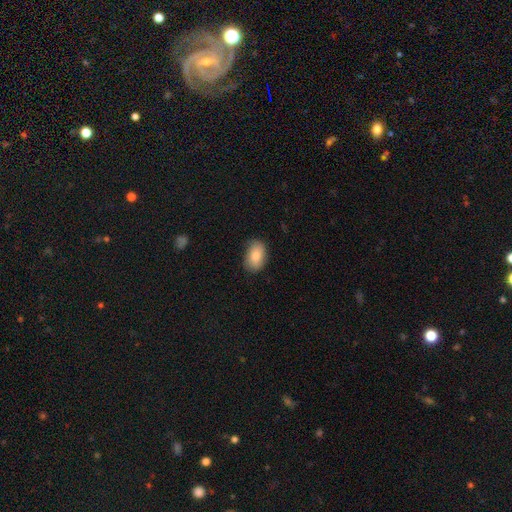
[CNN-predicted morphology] type=smooth (83%); roundness=in between (88%); merging=none (80%).